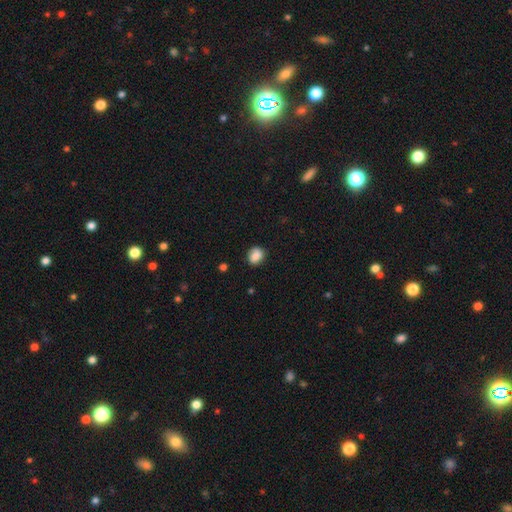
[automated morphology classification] type=smooth (85%); roundness=round (63%); merging=none (83%).